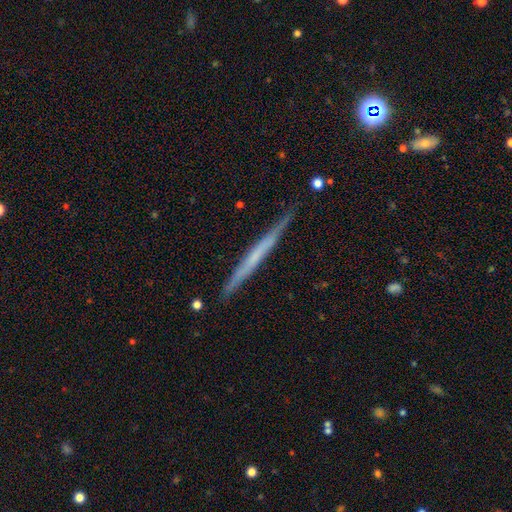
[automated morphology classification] The model was most divided on "smooth or featured": featured or disk: 56%, smooth: 38%, star or artifact: 6%. More confident: edge-on disk — yes (97%); merging — none (88%); edge-on bulge — none (85%).